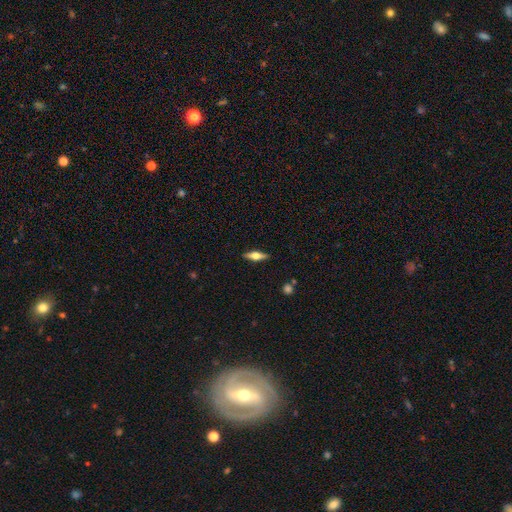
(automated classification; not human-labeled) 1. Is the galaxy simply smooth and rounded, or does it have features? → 56% featured or disk, 38% smooth, 6% star or artifact.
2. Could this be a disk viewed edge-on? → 94% yes, 6% no.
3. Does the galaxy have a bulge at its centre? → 93% rounded, 6% boxy, 2% none.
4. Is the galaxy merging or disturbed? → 89% none, 8% minor disturbance, 2% major disturbance, 1% merger.